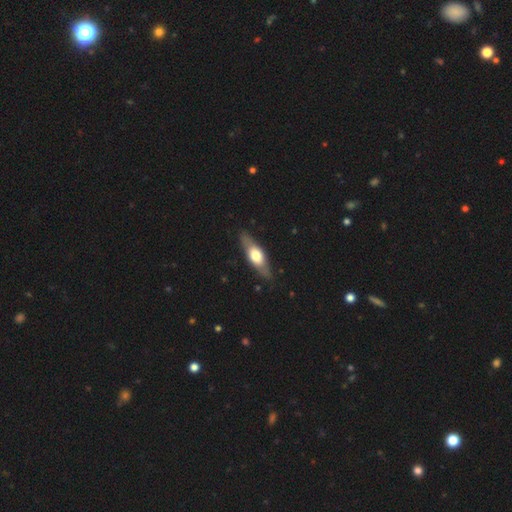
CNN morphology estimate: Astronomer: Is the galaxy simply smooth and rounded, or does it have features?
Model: featured or disk — 50% (runner-up: smooth, 45%).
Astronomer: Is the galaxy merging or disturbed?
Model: none — 84%.